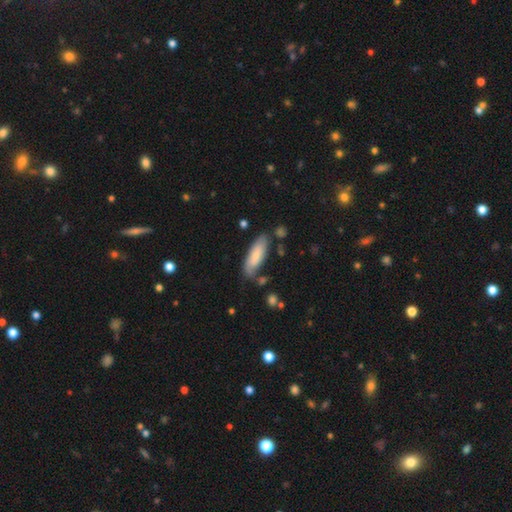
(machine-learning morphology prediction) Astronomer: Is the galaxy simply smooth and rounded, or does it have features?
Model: smooth — 75%.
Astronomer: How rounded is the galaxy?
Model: in between — 62%.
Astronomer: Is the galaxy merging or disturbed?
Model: none — 71%.